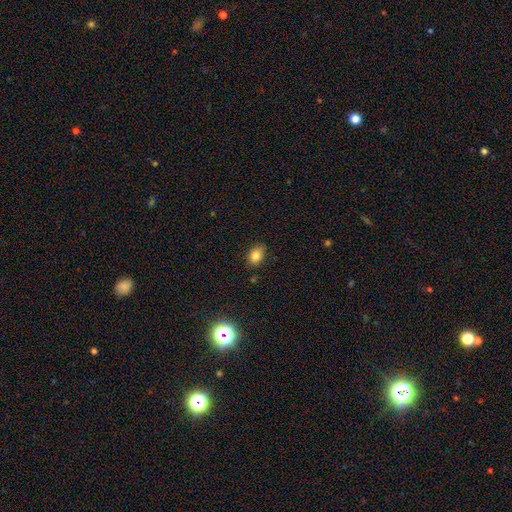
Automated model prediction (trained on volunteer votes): This is clearly a smooth galaxy (82%). How rounded: likely in between (74%). Merging: clearly none (81%).